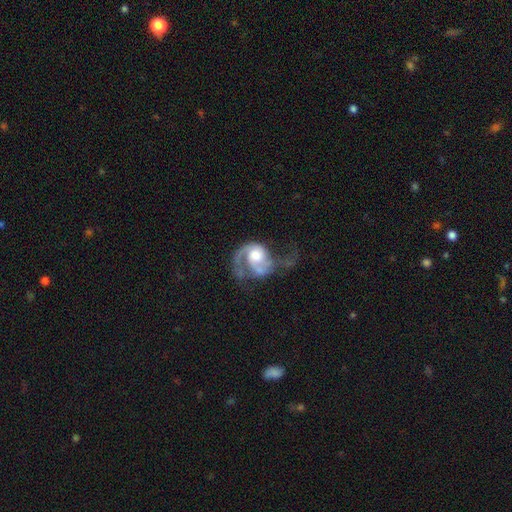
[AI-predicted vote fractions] Q: Smooth or featured?
A: featured or disk (82%); runner-up: smooth (13%)
Q: Edge-on disk?
A: no (98%); runner-up: yes (2%)
Q: Bar?
A: no (72%); runner-up: weak (23%)
Q: Spiral arms?
A: yes (92%); runner-up: no (8%)
Q: Spiral winding?
A: medium (44%); runner-up: loose (33%)
Q: Spiral arm count?
A: 2 (54%); runner-up: 1 (31%)
Q: Bulge size?
A: moderate (55%); runner-up: large (25%)
Q: Merging?
A: major disturbance (44%); runner-up: none (31%)